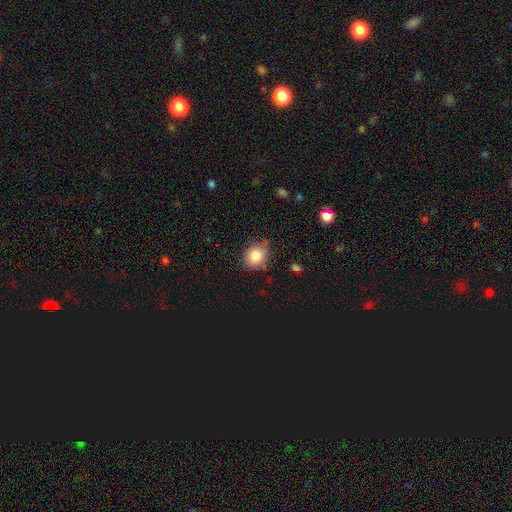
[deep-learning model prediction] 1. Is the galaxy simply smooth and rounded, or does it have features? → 84% smooth, 10% star or artifact, 6% featured or disk.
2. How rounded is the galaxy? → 69% round, 30% in between, 1% cigar-shaped.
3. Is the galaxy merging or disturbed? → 74% none, 20% minor disturbance, 4% major disturbance, 2% merger.